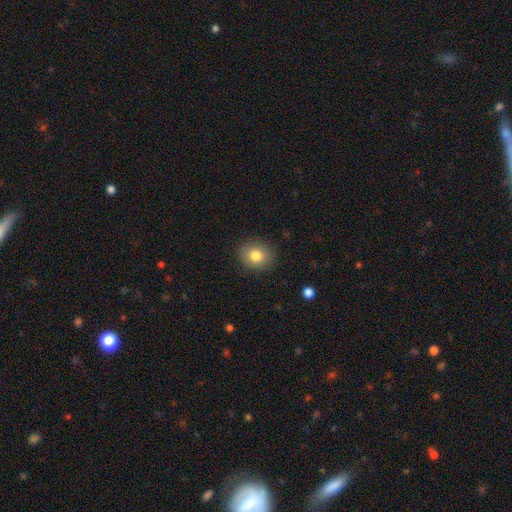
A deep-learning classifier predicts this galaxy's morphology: A smooth galaxy with no disk features (81%) that is round (70%).

Vote fractions:
- Smooth or featured? smooth: 81% / featured or disk: 10% / star or artifact: 9%
- How rounded? round: 70% / in between: 29% / cigar-shaped: 1%
- Merging? none: 87% / minor disturbance: 9% / major disturbance: 3% / merger: 1%